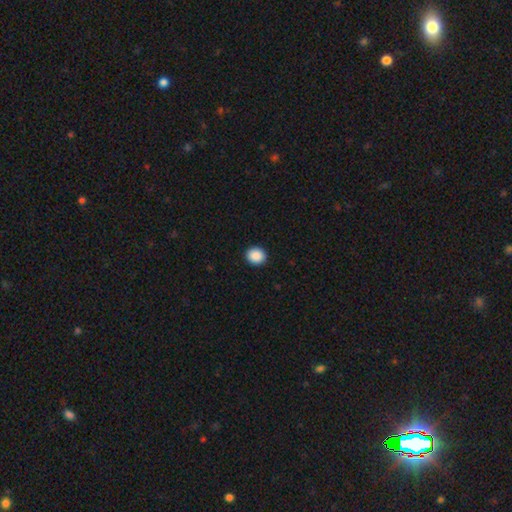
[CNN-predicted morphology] Overall: smooth (90%). How rounded: round (78%). Merging: none (93%).